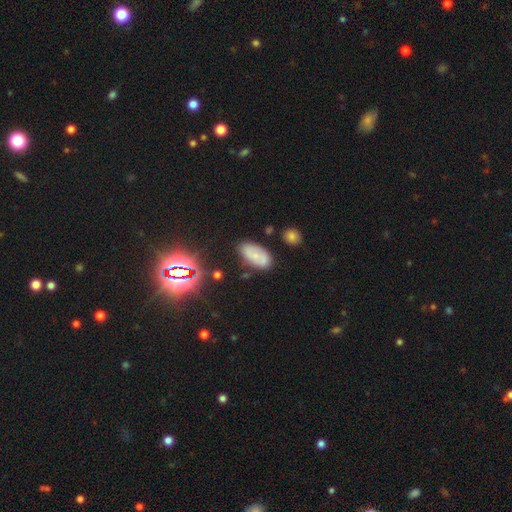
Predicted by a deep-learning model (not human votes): A smooth galaxy with no disk features (60%) that is in between round and cigar-shaped (92%).

Vote fractions:
- Smooth or featured? smooth: 60% / featured or disk: 27% / star or artifact: 13%
- How rounded? in between: 92% / cigar-shaped: 4% / round: 4%
- Merging? none: 74% / minor disturbance: 16% / merger: 5% / major disturbance: 4%